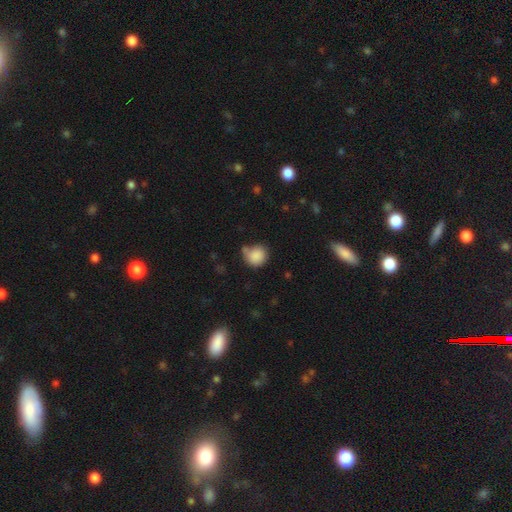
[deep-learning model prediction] Smooth or featured? Predicted: smooth (p=0.86). How rounded? Predicted: round (p=0.84). Merging? Predicted: none (p=0.57).